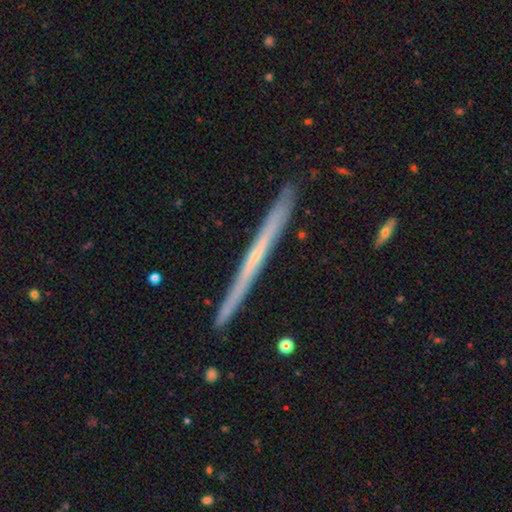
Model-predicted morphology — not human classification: featured or disk 66%, smooth 27%, star or artifact 7%. Down the decision tree: edge-on disk — yes (98%); edge-on bulge — none (76%); merging — none (91%).